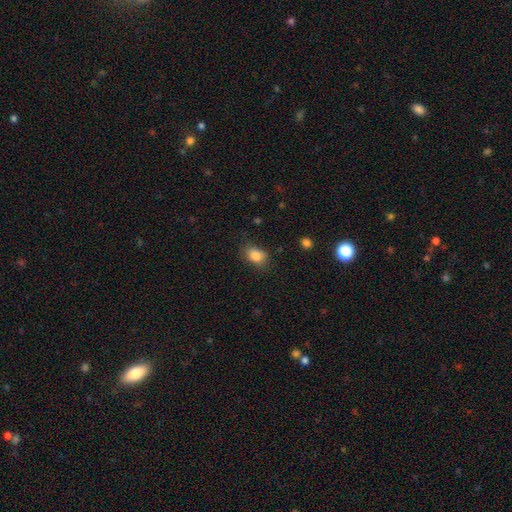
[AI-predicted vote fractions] Smooth or featured? smooth (85%)
How rounded? in between (75%)
Merging? none (75%)